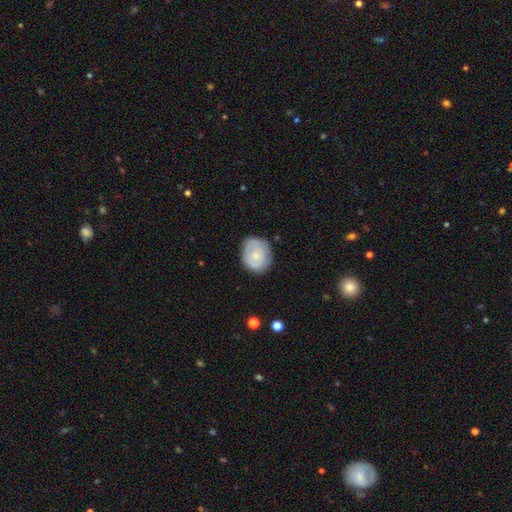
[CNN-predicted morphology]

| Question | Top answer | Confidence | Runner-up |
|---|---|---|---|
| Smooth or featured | smooth | 61% | featured or disk (33%) |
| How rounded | round | 66% | in between (33%) |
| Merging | none | 72% | minor disturbance (21%) |